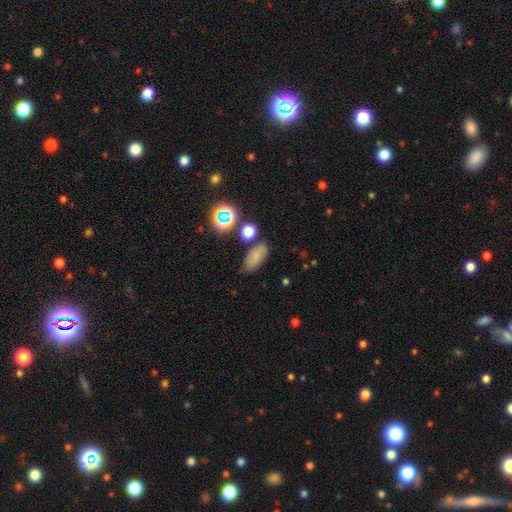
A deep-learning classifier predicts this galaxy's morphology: The model was most divided on "smooth or featured": smooth: 69%, star or artifact: 18%, featured or disk: 13%. More confident: how rounded — in between (87%); merging — none (74%).